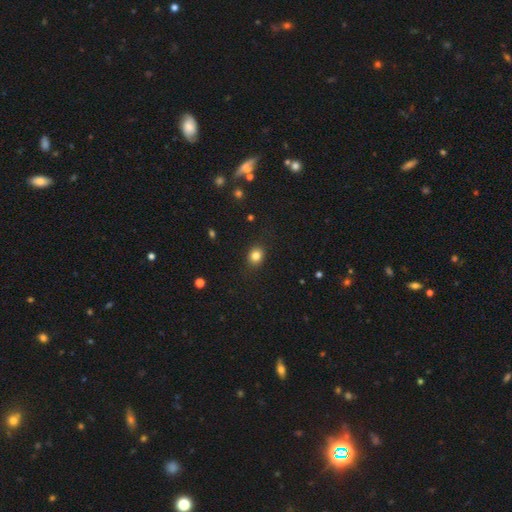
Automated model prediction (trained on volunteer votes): A smooth galaxy with no disk features (83%) that is round (63%).

Vote fractions:
- Smooth or featured? smooth: 83% / star or artifact: 11% / featured or disk: 6%
- How rounded? round: 63% / in between: 36% / cigar-shaped: 1%
- Merging? none: 87% / minor disturbance: 9% / major disturbance: 3% / merger: 1%